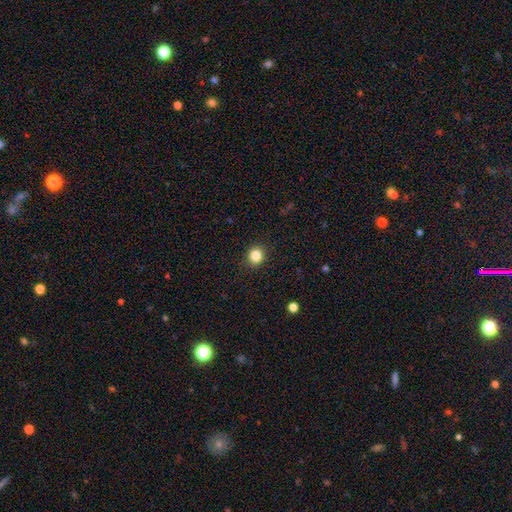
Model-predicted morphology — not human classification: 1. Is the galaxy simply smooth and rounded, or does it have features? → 84% smooth, 11% star or artifact, 4% featured or disk.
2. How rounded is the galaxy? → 86% round, 13% in between, 1% cigar-shaped.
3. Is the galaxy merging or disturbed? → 90% none, 7% minor disturbance, 2% major disturbance, 1% merger.